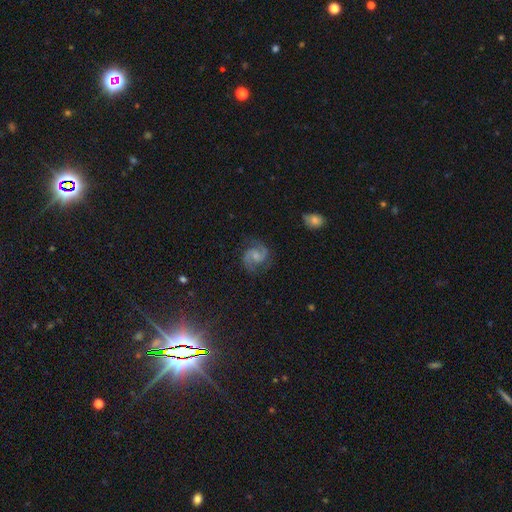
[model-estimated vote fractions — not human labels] A featured or disk galaxy (84%) with no bar (51%), 2 (93%) medium (60%) spiral arms (97%) and a small central bulge (41%).

Vote fractions:
- Smooth or featured? featured or disk: 84% / smooth: 9% / star or artifact: 7%
- Edge-on disk? no: 98% / yes: 2%
- Bar? no: 51% / weak: 42% / strong: 7%
- Spiral arms? yes: 97% / no: 3%
- Spiral winding? medium: 60% / tight: 22% / loose: 18%
- Spiral arm count? 2: 93% / can't tell: 2% / 3: 1% / 1: 1% / 4: 1% / more than 4: 1%
- Bulge size? small: 41% / moderate: 33% / none: 21% / large: 4% / dominant: 1%
- Merging? none: 80% / minor disturbance: 14% / major disturbance: 5% / merger: 1%